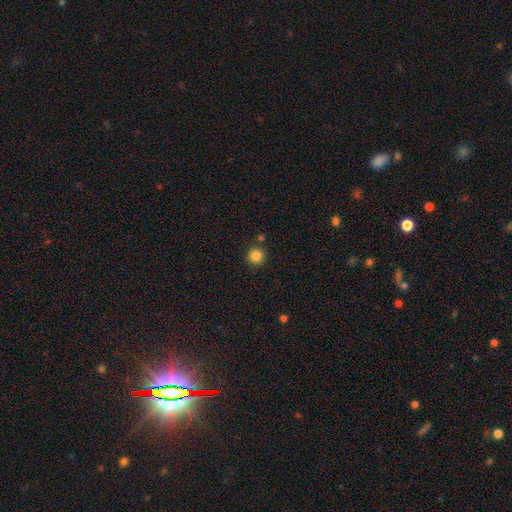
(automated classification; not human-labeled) The model was most divided on "smooth or featured": smooth: 85%, star or artifact: 11%, featured or disk: 4%. More confident: how rounded — round (95%); merging — none (87%).